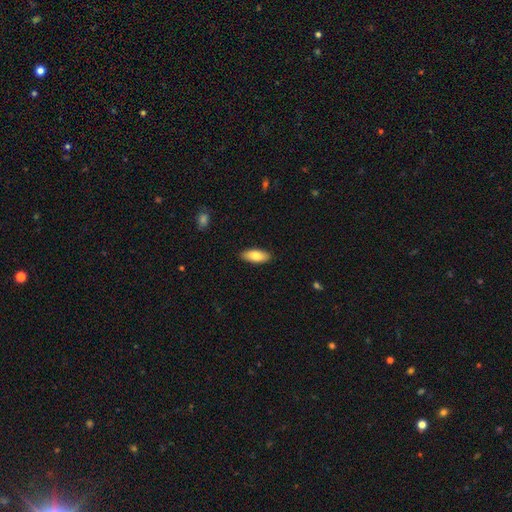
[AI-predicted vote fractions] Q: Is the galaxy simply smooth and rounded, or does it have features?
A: smooth — 83%.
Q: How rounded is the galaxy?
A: in between — 84%.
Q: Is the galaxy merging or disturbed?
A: none — 89%.